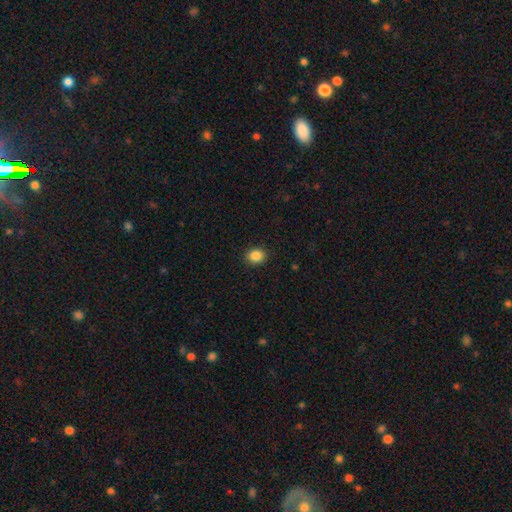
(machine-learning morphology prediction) Q: Smooth or featured?
A: smooth (86%); runner-up: star or artifact (10%)
Q: How rounded?
A: round (65%); runner-up: in between (34%)
Q: Merging?
A: none (90%); runner-up: minor disturbance (7%)